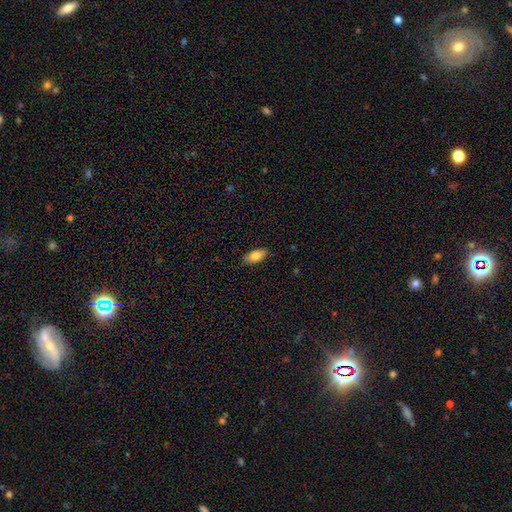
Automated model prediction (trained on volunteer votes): Morphology: type=smooth (81%); roundness=in between (90%); merging=none (85%).